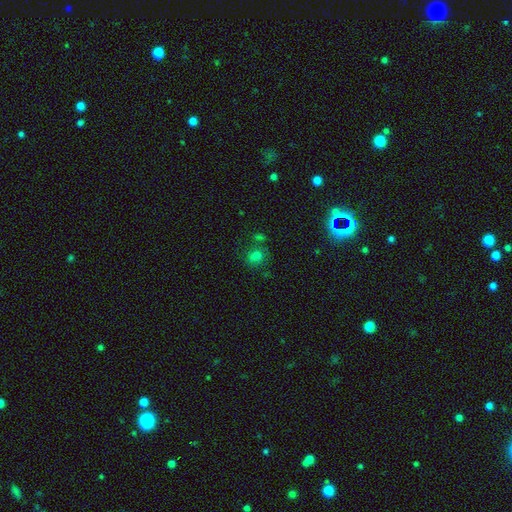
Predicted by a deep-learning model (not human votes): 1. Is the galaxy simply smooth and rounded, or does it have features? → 57% smooth, 33% star or artifact, 10% featured or disk.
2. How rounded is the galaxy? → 55% in between, 43% round, 2% cigar-shaped.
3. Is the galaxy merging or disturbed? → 61% none, 17% minor disturbance, 12% merger, 9% major disturbance.